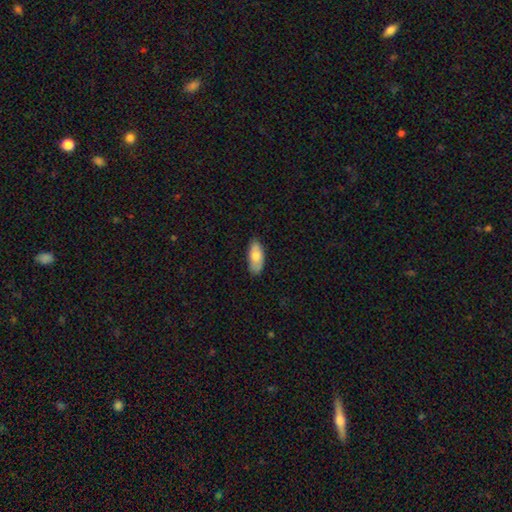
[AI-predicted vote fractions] A smooth galaxy with no disk features (77%) that is in between round and cigar-shaped (87%).

Vote fractions:
- Smooth or featured? smooth: 77% / featured or disk: 17% / star or artifact: 6%
- How rounded? in between: 87% / cigar-shaped: 10% / round: 2%
- Merging? none: 80% / minor disturbance: 16% / major disturbance: 3% / merger: 1%